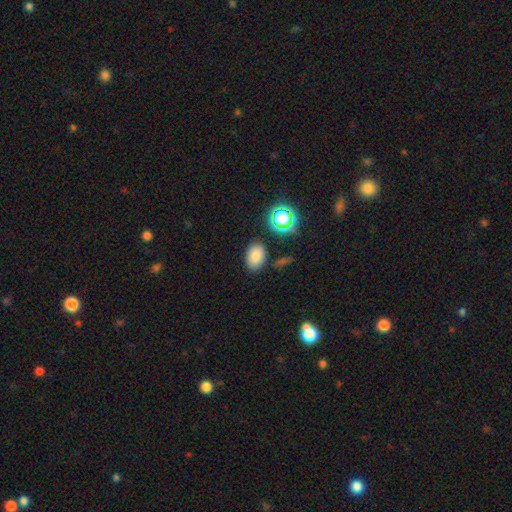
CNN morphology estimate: A smooth galaxy with no disk features (78%) that is in between round and cigar-shaped (79%). Merging: none (81%).